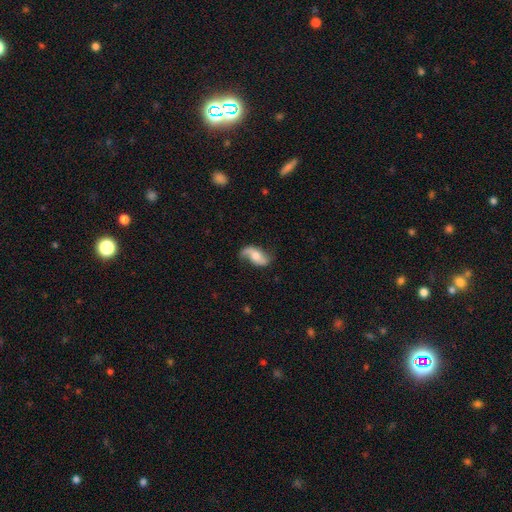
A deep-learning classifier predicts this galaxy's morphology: Smooth or featured?
  - featured or disk: 67% *
  - smooth: 26%
  - star or artifact: 7%
Edge-on disk?
  - no: 94% *
  - yes: 6%
Bar?
  - no: 56% *
  - weak: 32%
  - strong: 12%
Spiral arms?
  - yes: 91% *
  - no: 9%
Spiral winding?
  - loose: 75% *
  - medium: 19%
  - tight: 6%
Spiral arm count?
  - 2: 82% *
  - 1: 11%
  - can't tell: 4%
  - 3: 1%
  - 4: 1%
  - more than 4: 1%
Bulge size?
  - moderate: 58% *
  - small: 25%
  - large: 11%
  - none: 4%
  - dominant: 2%
Merging?
  - none: 65% *
  - minor disturbance: 23%
  - major disturbance: 10%
  - merger: 2%